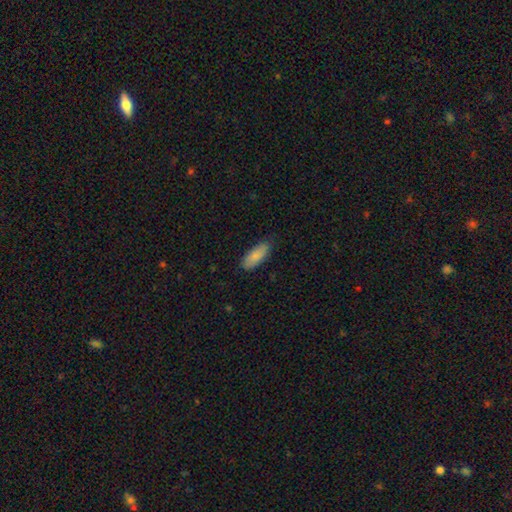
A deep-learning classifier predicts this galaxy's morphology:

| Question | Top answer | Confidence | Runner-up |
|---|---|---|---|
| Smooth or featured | smooth | 85% | featured or disk (10%) |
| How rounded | in between | 80% | cigar-shaped (18%) |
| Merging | none | 77% | minor disturbance (19%) |